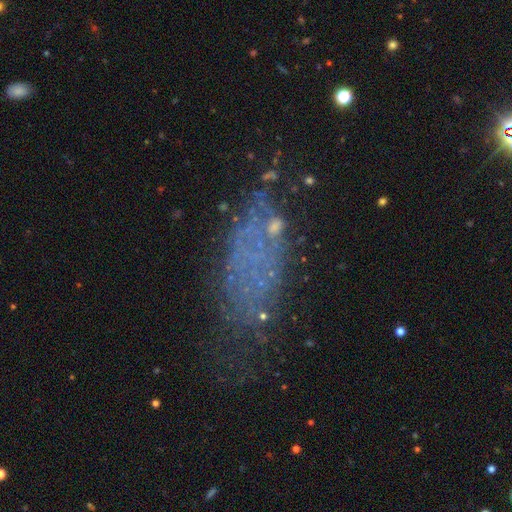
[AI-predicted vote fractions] This appears to be a smooth galaxy with no disk features (38%). Merging: none (51%).